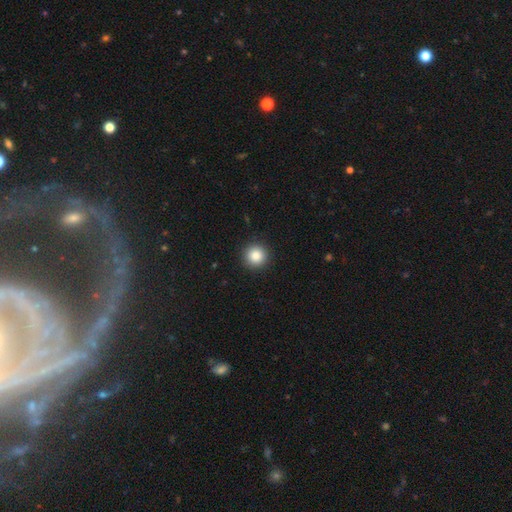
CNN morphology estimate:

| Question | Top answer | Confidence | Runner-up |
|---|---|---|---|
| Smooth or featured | smooth | 86% | star or artifact (9%) |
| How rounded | round | 95% | in between (4%) |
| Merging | none | 92% | minor disturbance (5%) |